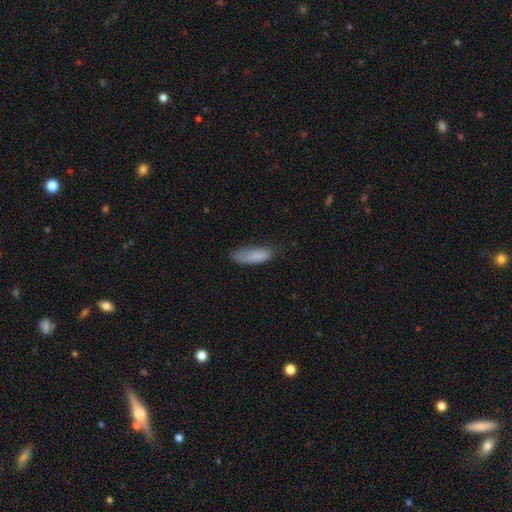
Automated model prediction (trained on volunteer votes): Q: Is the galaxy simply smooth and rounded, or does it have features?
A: smooth — 83%.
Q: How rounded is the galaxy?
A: in between — 57%.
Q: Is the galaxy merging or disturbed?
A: none — 52%.